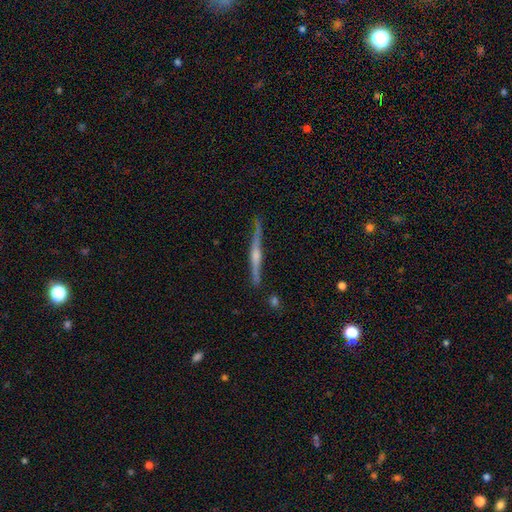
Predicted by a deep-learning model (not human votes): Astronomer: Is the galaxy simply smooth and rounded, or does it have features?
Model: featured or disk — 81%.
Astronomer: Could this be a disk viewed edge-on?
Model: yes — 98%.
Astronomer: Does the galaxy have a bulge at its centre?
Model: rounded — 78%.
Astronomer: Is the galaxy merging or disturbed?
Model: none — 86%.